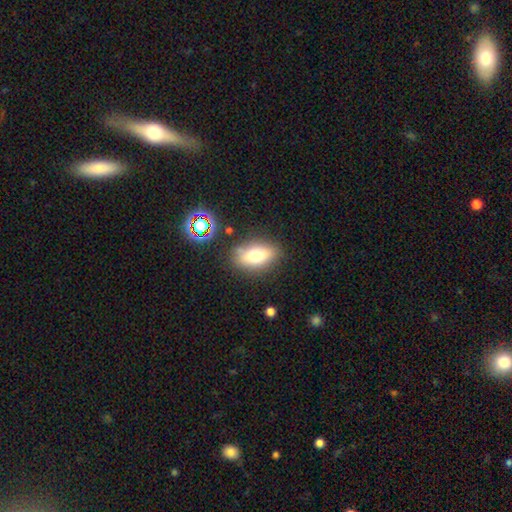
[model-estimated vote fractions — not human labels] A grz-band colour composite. It shows a smooth galaxy with no disk features (65%) that is in between round and cigar-shaped (81%). Merging: none (80%).